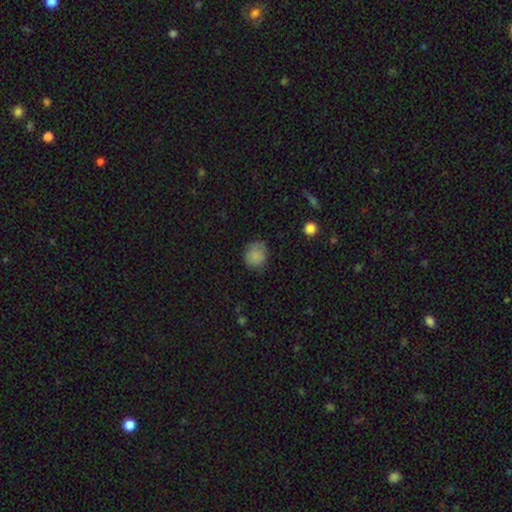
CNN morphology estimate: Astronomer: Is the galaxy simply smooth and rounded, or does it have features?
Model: smooth — 82%.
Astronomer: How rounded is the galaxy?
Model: round — 71%.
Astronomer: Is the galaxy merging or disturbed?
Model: none — 69%.